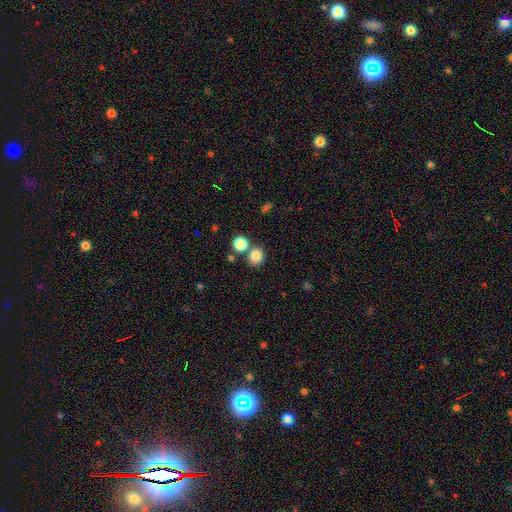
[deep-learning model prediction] A smooth galaxy with no disk features (83%) that is round (71%). Merging: none (68%).